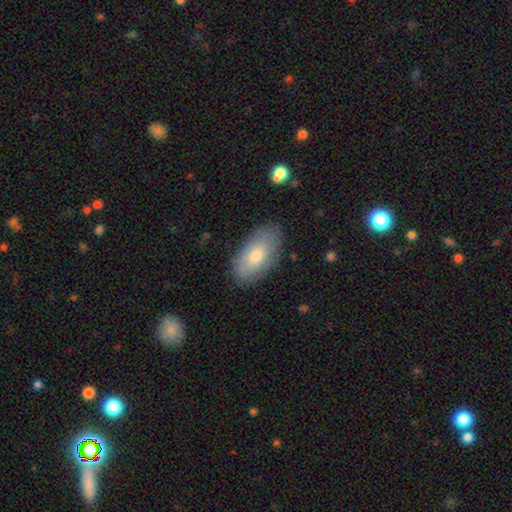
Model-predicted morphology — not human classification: Smooth or featured? smooth (71%)
How rounded? in between (93%)
Merging? none (82%)